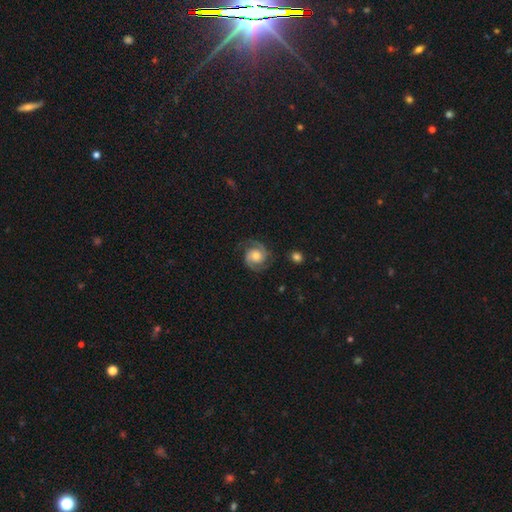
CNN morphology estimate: A featured or disk galaxy (86%) with no bar (70%), 2 (89%) tight (46%) spiral arms (97%) and a moderate central bulge (63%).

Vote fractions:
- Smooth or featured? featured or disk: 86% / smooth: 9% / star or artifact: 6%
- Edge-on disk? no: 98% / yes: 2%
- Bar? no: 70% / weak: 24% / strong: 6%
- Spiral arms? yes: 97% / no: 3%
- Spiral winding? tight: 46% / medium: 45% / loose: 10%
- Spiral arm count? 2: 89% / 3: 3% / can't tell: 3% / 1: 2% / 4: 1% / more than 4: 1%
- Bulge size? moderate: 63% / small: 22% / large: 11% / none: 3% / dominant: 2%
- Merging? none: 80% / minor disturbance: 14% / major disturbance: 5% / merger: 1%